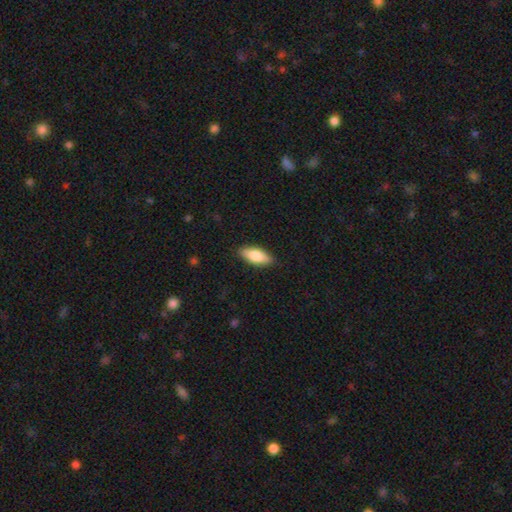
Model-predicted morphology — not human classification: The model was most divided on "how rounded": in between: 80%, cigar-shaped: 18%, round: 2%. More confident: merging — none (87%); smooth or featured — smooth (82%).